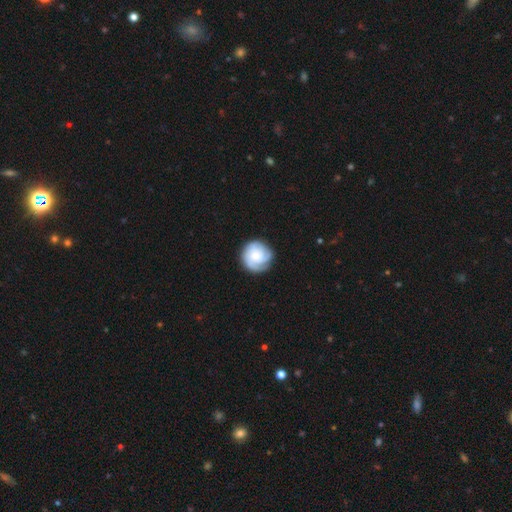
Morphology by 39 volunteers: This is likely a featured or disk galaxy (62%). It is clearly not viewed edge-on (100%). Bar: clearly no (96%). Spiral arm pattern: clearly yes (96%). Spiral arm count: marginally can't tell (30%). Spiral winding: clearly tight (87%). Central bulge: possibly small (58%). Merging: likely none (63%).